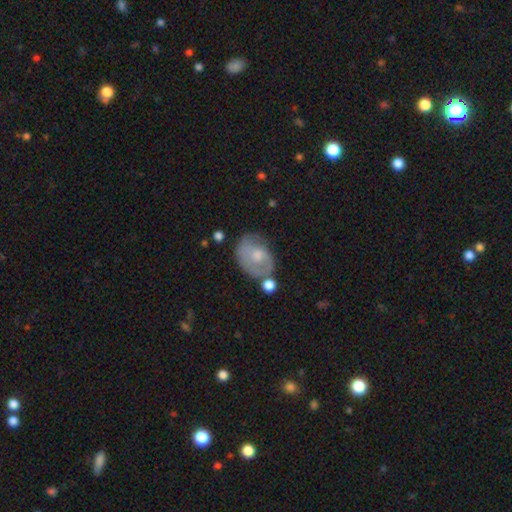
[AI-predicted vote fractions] smooth-or-featured: featured or disk: 47% | smooth: 46% | star or artifact: 8%
  merging: none: 47% | minor disturbance: 29% | major disturbance: 15% | merger: 8%